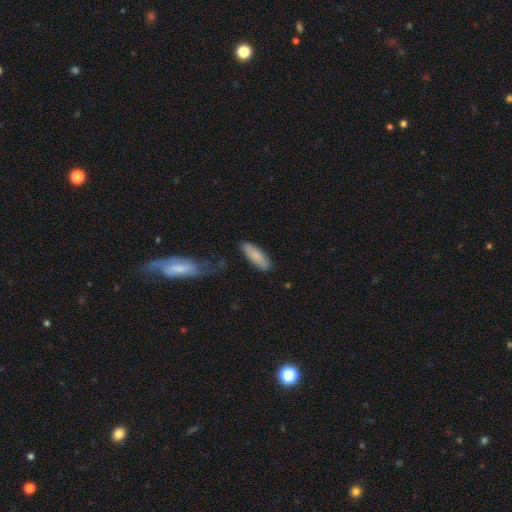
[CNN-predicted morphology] smooth-or-featured: smooth: 80% | featured or disk: 14% | star or artifact: 6%
  how-rounded: in between: 62% | cigar-shaped: 36% | round: 2%
  merging: none: 77% | minor disturbance: 15% | merger: 4% | major disturbance: 4%